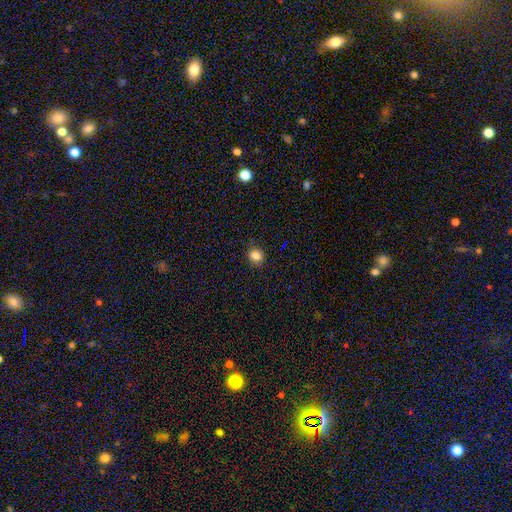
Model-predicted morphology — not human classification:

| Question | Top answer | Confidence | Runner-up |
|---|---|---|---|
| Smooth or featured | smooth | 82% | star or artifact (12%) |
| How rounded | round | 61% | in between (38%) |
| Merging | none | 85% | minor disturbance (11%) |